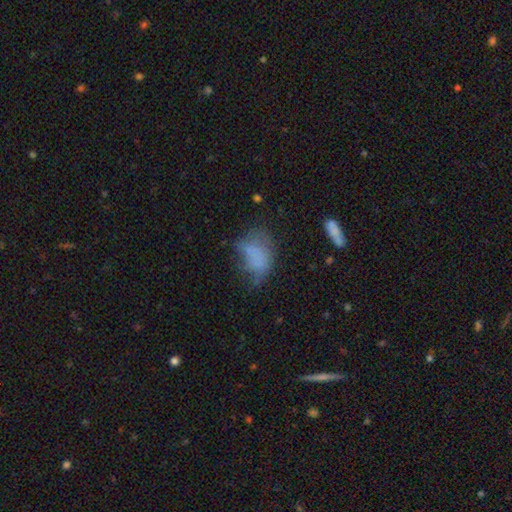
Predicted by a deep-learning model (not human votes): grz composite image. It shows a smooth galaxy with no disk features (66%) that is in between round and cigar-shaped (81%). Merging: none (38%).